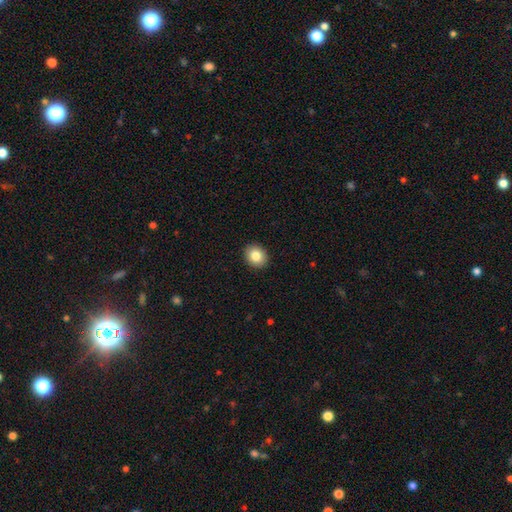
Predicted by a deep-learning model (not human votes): A smooth galaxy with no disk features (84%) that is round (60%).

Vote fractions:
- Smooth or featured? smooth: 84% / star or artifact: 9% / featured or disk: 7%
- How rounded? round: 60% / in between: 39% / cigar-shaped: 1%
- Merging? none: 91% / minor disturbance: 6% / major disturbance: 2% / merger: 1%